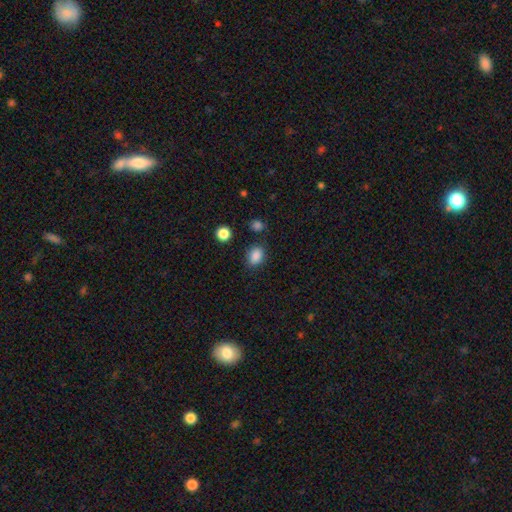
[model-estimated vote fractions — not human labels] Smooth or featured?
  - smooth: 86% *
  - star or artifact: 10%
  - featured or disk: 4%
How rounded?
  - in between: 67% *
  - round: 32%
  - cigar-shaped: 1%
Merging?
  - none: 78% *
  - minor disturbance: 15%
  - major disturbance: 4%
  - merger: 3%